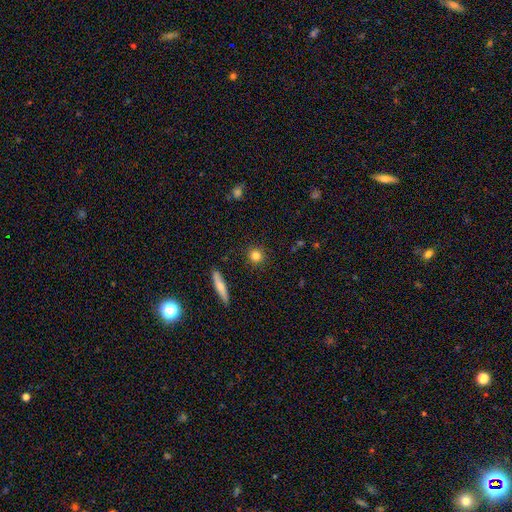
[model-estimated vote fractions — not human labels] Morphology: type=smooth (82%); roundness=round (88%); merging=none (90%).